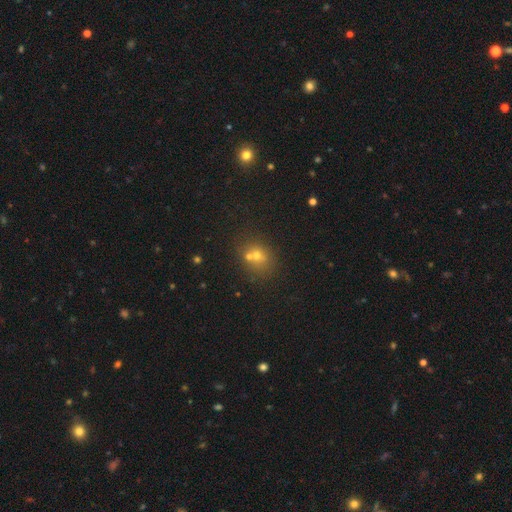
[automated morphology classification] Smooth or featured?
  - smooth: 62% *
  - star or artifact: 20%
  - featured or disk: 19%
How rounded?
  - round: 73% *
  - in between: 26%
  - cigar-shaped: 1%
Merging?
  - none: 48% *
  - merger: 38%
  - minor disturbance: 9%
  - major disturbance: 4%